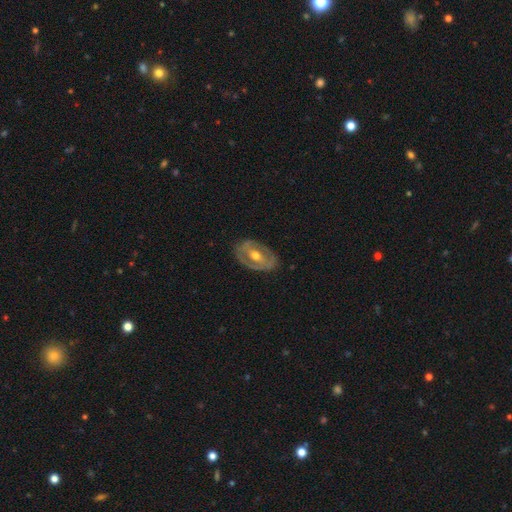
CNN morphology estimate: featured or disk 69%, smooth 26%, star or artifact 5%. Down the decision tree: edge-on disk — no (92%); bar — no (43%); spiral arms — no (58%); bulge size — moderate (75%); merging — none (77%).